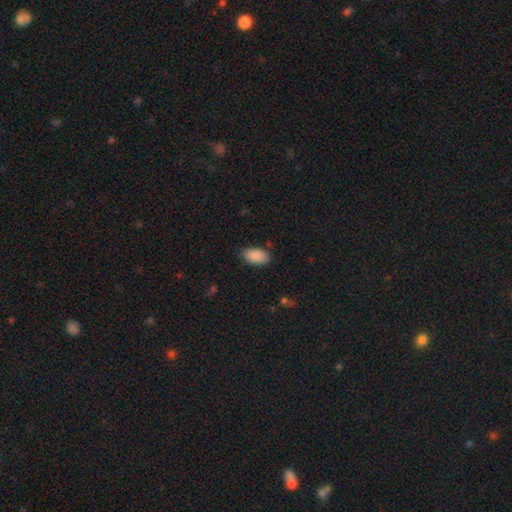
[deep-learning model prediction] The model was most divided on "merging": none: 81%, minor disturbance: 14%, major disturbance: 3%, merger: 1%. More confident: how rounded — in between (94%); smooth or featured — smooth (89%).